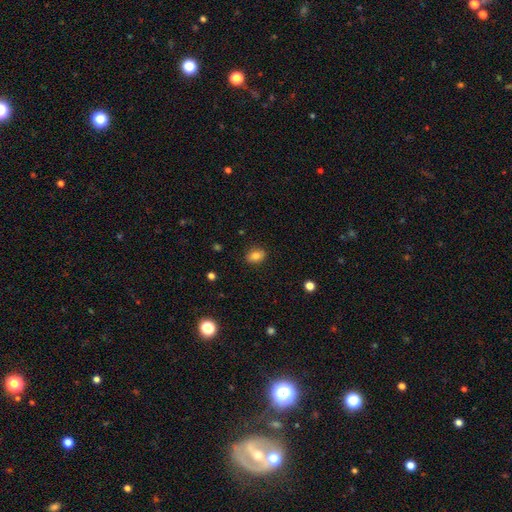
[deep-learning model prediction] Smooth or featured? Predicted: smooth (p=0.81). How rounded? Predicted: in between (p=0.75). Merging? Predicted: none (p=0.87).